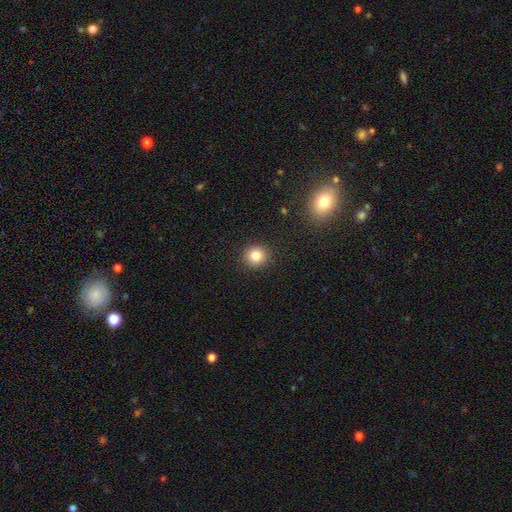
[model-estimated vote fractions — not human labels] Overall: smooth (82%). How rounded: round (89%). Merging: none (91%).